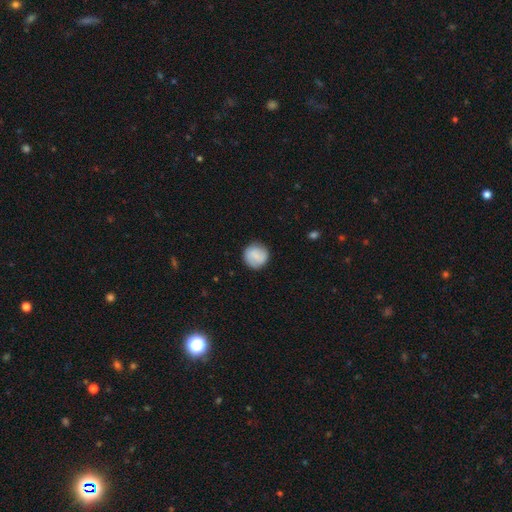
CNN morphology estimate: This is likely a smooth galaxy (78%). How rounded: clearly round (93%). Merging: clearly none (87%).